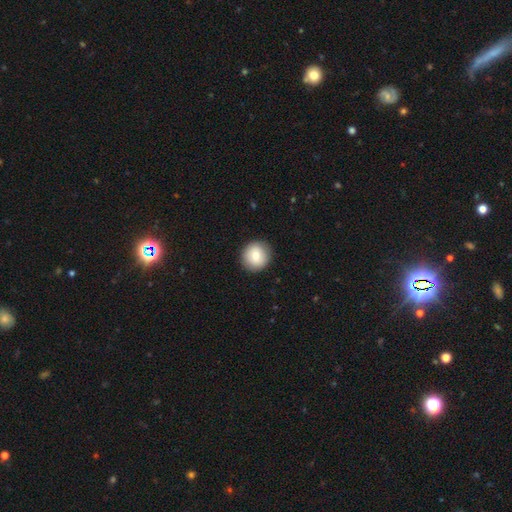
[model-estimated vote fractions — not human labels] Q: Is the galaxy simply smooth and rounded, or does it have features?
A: smooth — 77%.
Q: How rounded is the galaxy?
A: round — 93%.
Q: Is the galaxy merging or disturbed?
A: none — 91%.